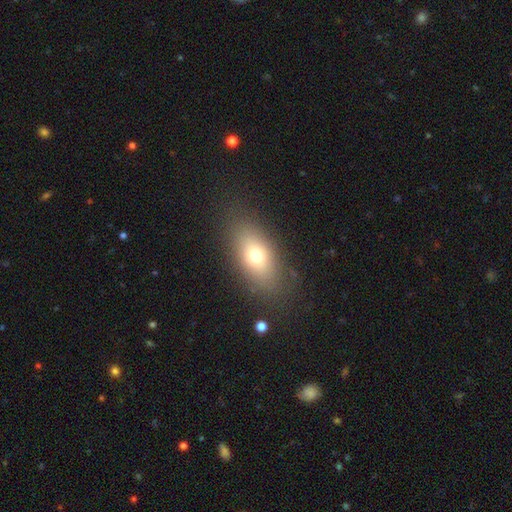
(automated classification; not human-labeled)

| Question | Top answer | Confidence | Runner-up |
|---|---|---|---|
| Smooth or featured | smooth | 71% | featured or disk (18%) |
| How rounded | in between | 83% | round (9%) |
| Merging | none | 82% | minor disturbance (11%) |